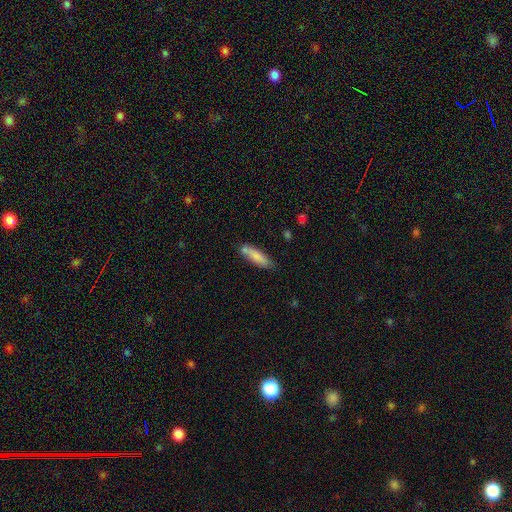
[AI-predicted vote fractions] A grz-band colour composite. It shows a smooth galaxy with no disk features (77%) that is cigar-shaped (66%). Merging: none (69%).